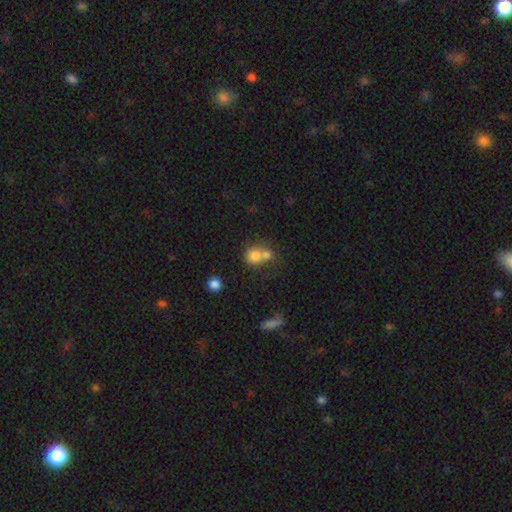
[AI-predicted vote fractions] Smooth or featured? Predicted: smooth (p=0.75). How rounded? Predicted: round (p=0.77). Merging? Predicted: merger (p=0.56).